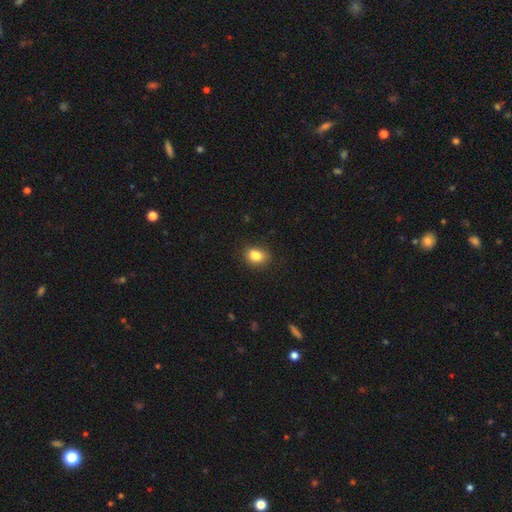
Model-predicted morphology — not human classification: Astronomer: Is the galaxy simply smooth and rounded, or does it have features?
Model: smooth — 83%.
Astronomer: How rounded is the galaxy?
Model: in between — 64%.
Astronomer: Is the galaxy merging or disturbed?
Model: none — 79%.